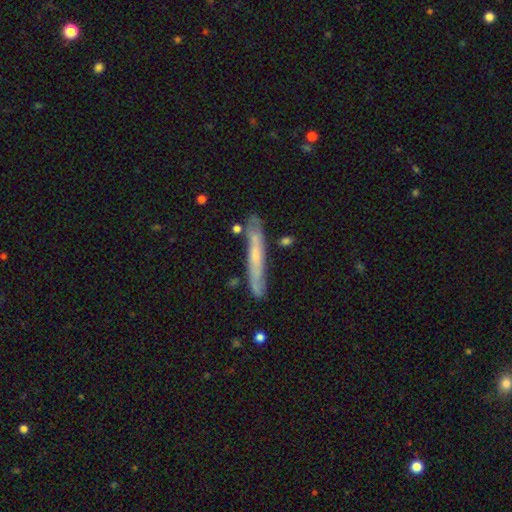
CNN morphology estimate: This appears to be a featured or disk galaxy (51%) viewed edge-on (82%). Merging: none (75%).